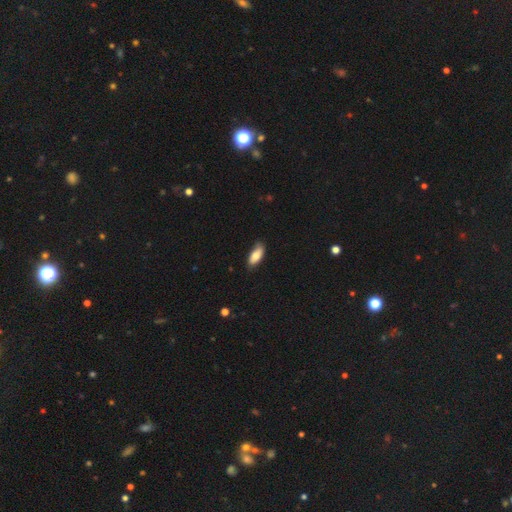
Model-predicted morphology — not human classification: A smooth galaxy with no disk features (76%) that is in between round and cigar-shaped (83%). Merging: none (75%).